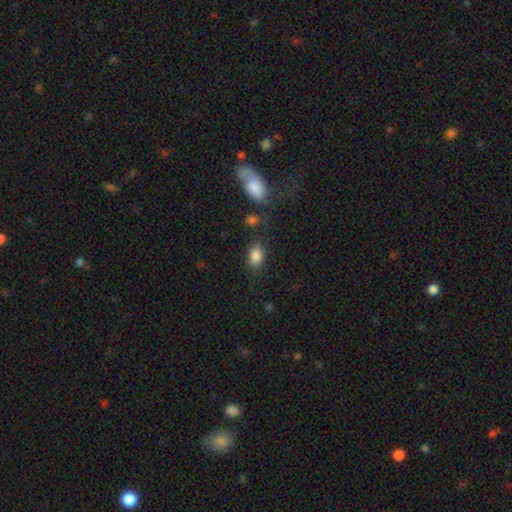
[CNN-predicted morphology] Smooth or featured: smooth — 85% (star or artifact — 9%)
How rounded: in between — 80% (round — 18%)
Merging: none — 74% (minor disturbance — 16%)